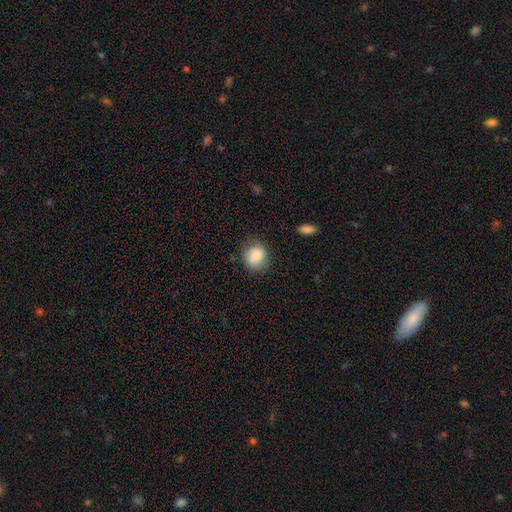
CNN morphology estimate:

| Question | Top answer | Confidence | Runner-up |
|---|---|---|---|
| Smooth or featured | smooth | 79% | featured or disk (13%) |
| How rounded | round | 71% | in between (28%) |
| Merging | none | 73% | minor disturbance (20%) |